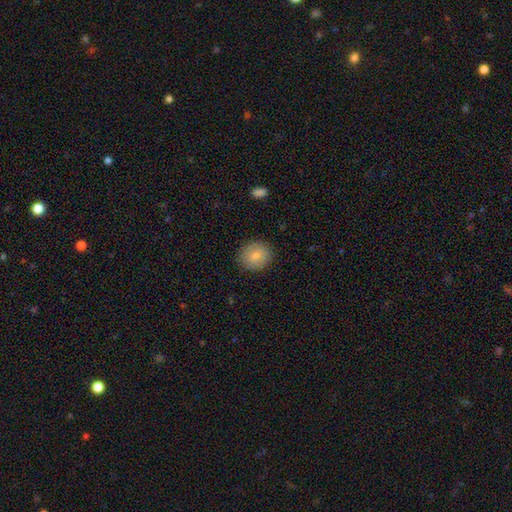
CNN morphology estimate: Smooth or featured? Predicted: smooth (p=0.82). How rounded? Predicted: round (p=0.79). Merging? Predicted: none (p=0.88).